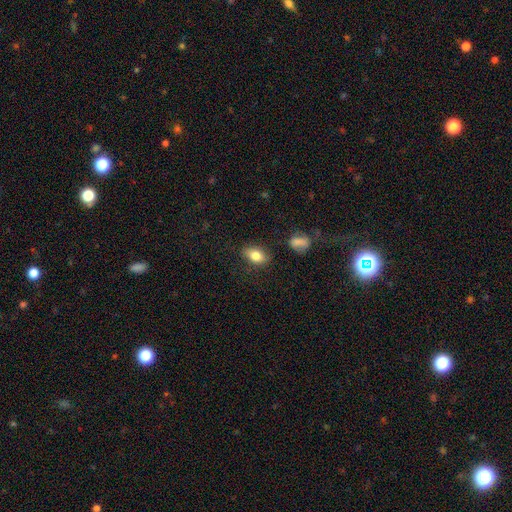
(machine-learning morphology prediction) A smooth galaxy with no disk features (81%) that is in between round and cigar-shaped (85%). Merging: none (82%).